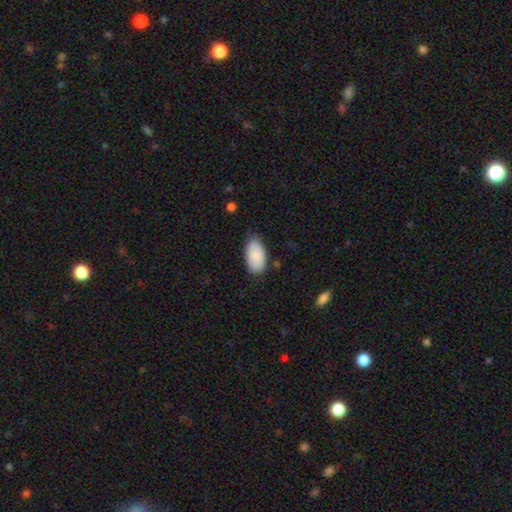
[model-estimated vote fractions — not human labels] Smooth or featured? Predicted: smooth (p=0.87). How rounded? Predicted: in between (p=0.95). Merging? Predicted: none (p=0.76).